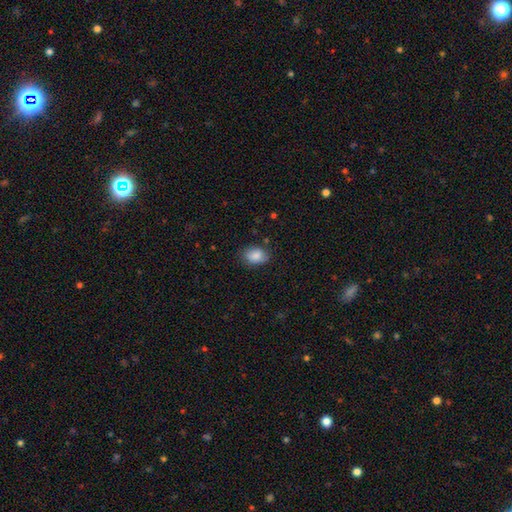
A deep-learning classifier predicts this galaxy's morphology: Q: Smooth or featured?
A: smooth (86%); runner-up: star or artifact (8%)
Q: How rounded?
A: in between (74%); runner-up: round (25%)
Q: Merging?
A: none (78%); runner-up: minor disturbance (17%)